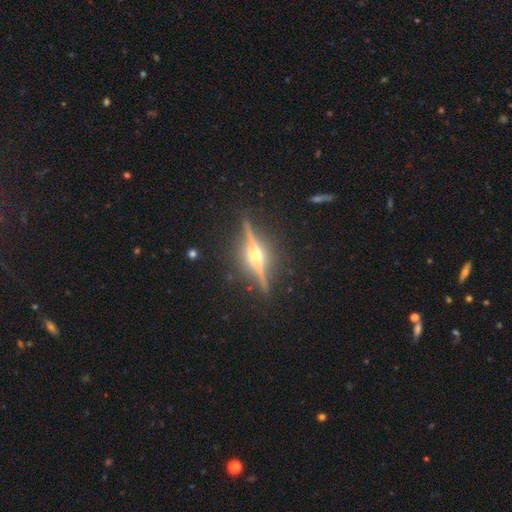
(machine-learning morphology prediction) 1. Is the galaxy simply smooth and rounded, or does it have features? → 87% featured or disk, 7% smooth, 6% star or artifact.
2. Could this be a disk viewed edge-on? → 97% yes, 3% no.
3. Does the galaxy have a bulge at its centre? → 94% rounded, 3% boxy, 2% none.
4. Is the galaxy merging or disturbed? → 89% none, 8% minor disturbance, 2% major disturbance, 1% merger.